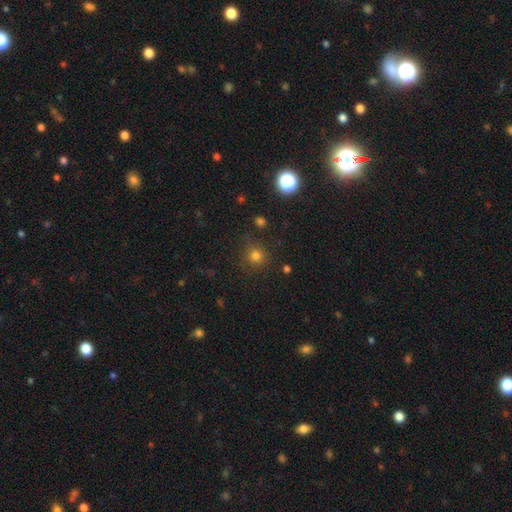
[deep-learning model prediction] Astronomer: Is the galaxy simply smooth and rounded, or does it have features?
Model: smooth — 76%.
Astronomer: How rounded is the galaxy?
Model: round — 92%.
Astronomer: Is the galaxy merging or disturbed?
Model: none — 83%.